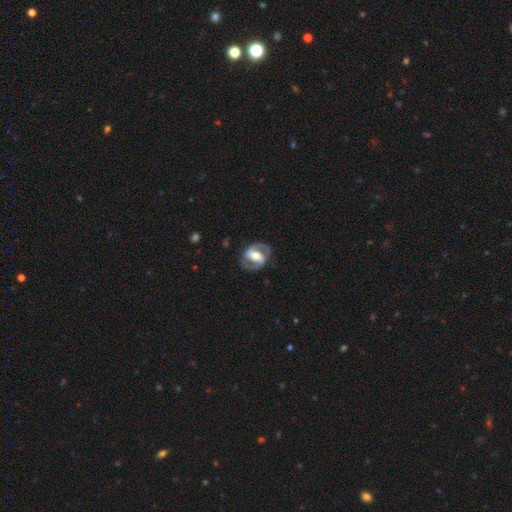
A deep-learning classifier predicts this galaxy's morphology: A featured or disk galaxy (85%) with a strong bar (47%), 2 (92%) medium (55%) spiral arms (92%) and a moderate central bulge (65%). Merging: none (82%).